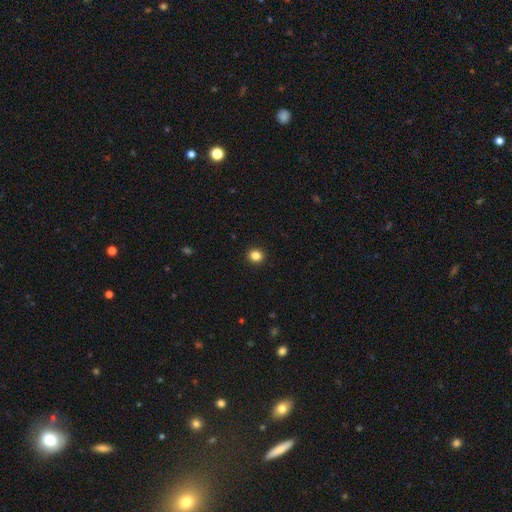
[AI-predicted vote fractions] A smooth galaxy with no disk features (85%) that is round (82%). Merging: none (93%).